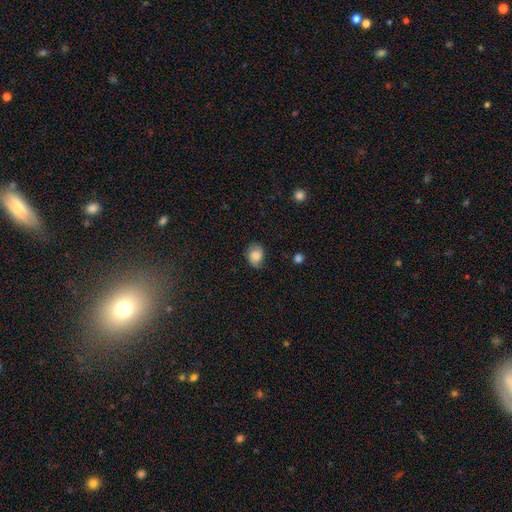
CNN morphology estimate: Smooth or featured? smooth (74%)
How rounded? in between (55%)
Merging? none (65%)